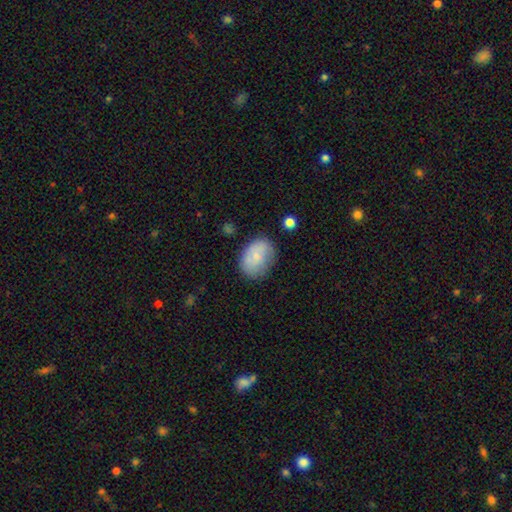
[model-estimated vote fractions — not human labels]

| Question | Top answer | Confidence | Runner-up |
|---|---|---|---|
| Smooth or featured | smooth | 72% | featured or disk (20%) |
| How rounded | in between | 78% | round (21%) |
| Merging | none | 64% | minor disturbance (25%) |